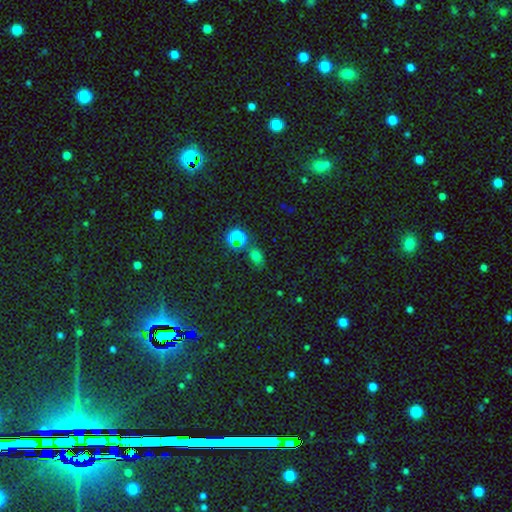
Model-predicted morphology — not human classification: This is possibly a smooth galaxy (60%). How rounded: likely in between (66%). Merging: likely none (68%).